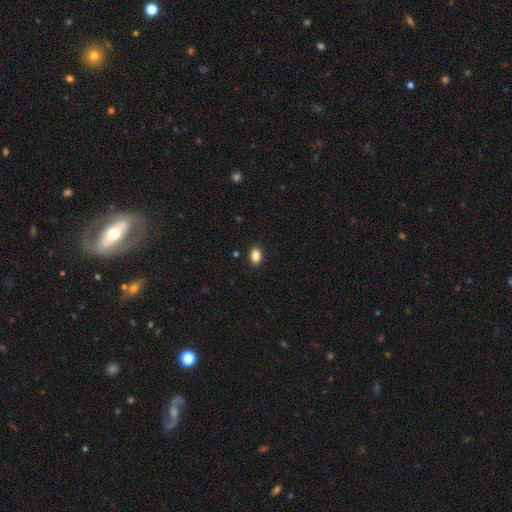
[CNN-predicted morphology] smooth_or_featured: smooth (p=0.85) [alt: star or artifact p=0.09]
how_rounded: in between (p=0.80) [alt: round p=0.19]
merging: none (p=0.89) [alt: minor disturbance p=0.08]